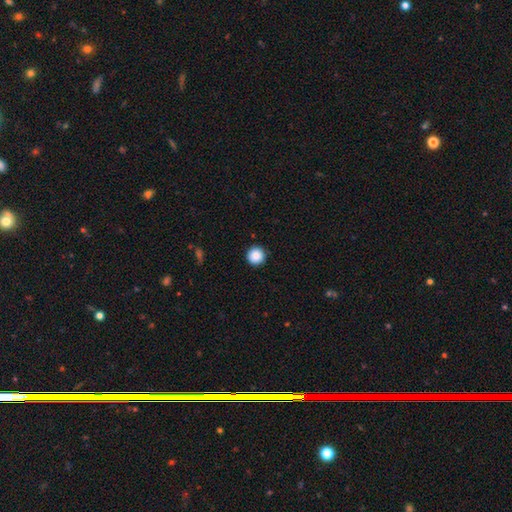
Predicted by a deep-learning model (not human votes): Q: Smooth or featured?
A: smooth (87%); runner-up: star or artifact (9%)
Q: How rounded?
A: round (96%); runner-up: in between (3%)
Q: Merging?
A: none (92%); runner-up: minor disturbance (5%)